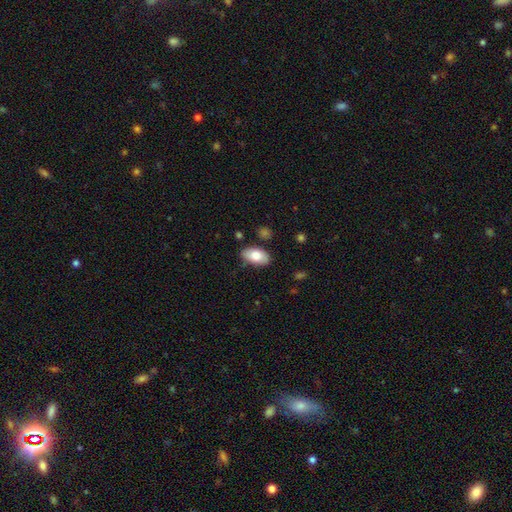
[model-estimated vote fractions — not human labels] A smooth galaxy with no disk features (78%) that is in between round and cigar-shaped (94%).

Vote fractions:
- Smooth or featured? smooth: 78% / featured or disk: 16% / star or artifact: 6%
- How rounded? in between: 94% / round: 3% / cigar-shaped: 3%
- Merging? none: 81% / minor disturbance: 14% / major disturbance: 3% / merger: 2%